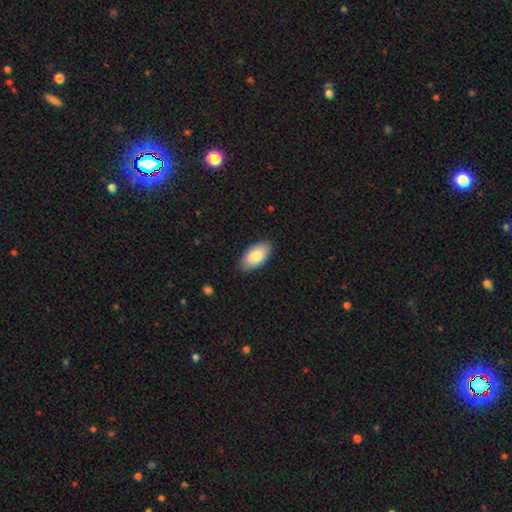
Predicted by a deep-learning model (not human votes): smooth-or-featured: smooth: 87% | featured or disk: 8% | star or artifact: 5%
  how-rounded: in between: 95% | cigar-shaped: 3% | round: 2%
  merging: none: 87% | minor disturbance: 10% | major disturbance: 2% | merger: 1%